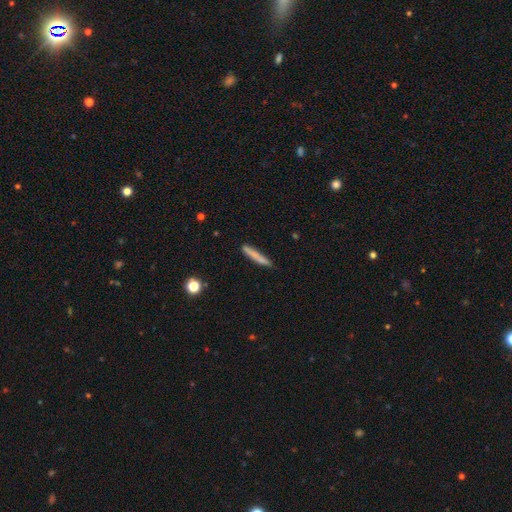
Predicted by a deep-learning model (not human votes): Smooth or featured? smooth (75%)
How rounded? cigar-shaped (95%)
Merging? none (85%)